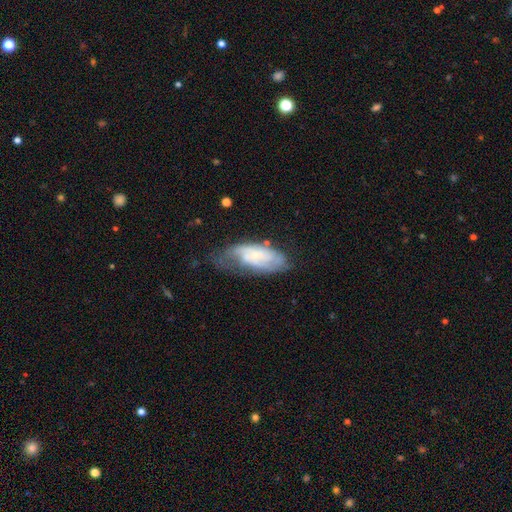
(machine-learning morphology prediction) The model was most divided on "merging": none: 47%, minor disturbance: 31%, major disturbance: 19%, merger: 3%. More confident: edge-on disk — no (91%); spiral arms — yes (82%); bulge size — small (71%); bar — no (66%); smooth or featured — featured or disk (66%).